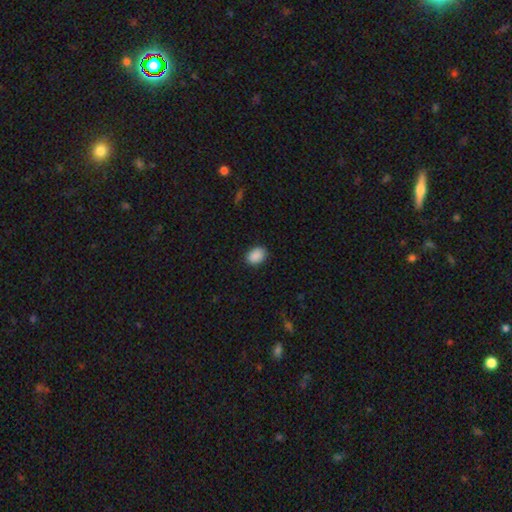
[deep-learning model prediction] smooth 90%, star or artifact 8%, featured or disk 3%. Down the decision tree: how rounded — in between (73%); merging — none (87%).